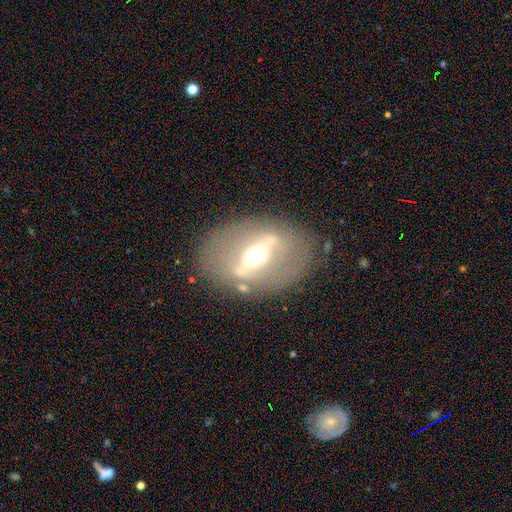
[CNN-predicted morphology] The model was most divided on "bulge size": moderate: 66%, small: 20%, large: 11%, dominant: 2%, none: 1%. More confident: spiral arms — no (78%); merging — none (78%); edge-on disk — no (78%); smooth or featured — featured or disk (73%); bar — strong (70%).